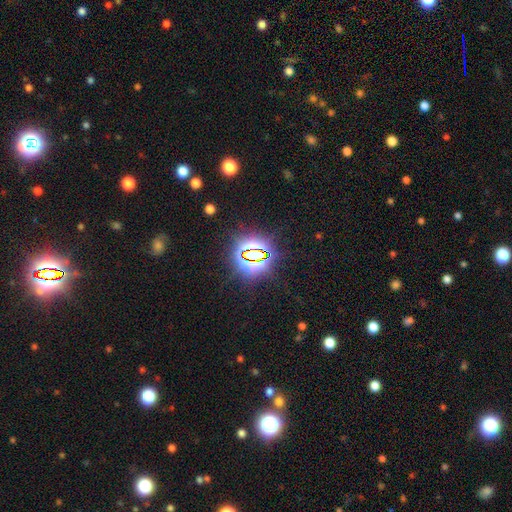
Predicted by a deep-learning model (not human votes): The model was most divided on "smooth or featured": star or artifact: 80%, smooth: 12%, featured or disk: 8%.